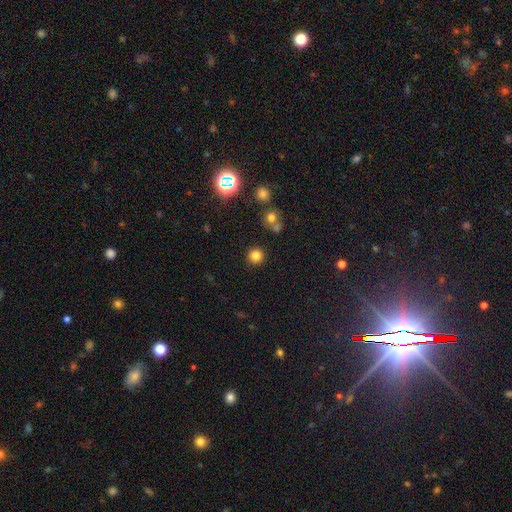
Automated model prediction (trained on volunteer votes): A smooth galaxy with no disk features (80%) that is round (95%). Merging: none (89%).